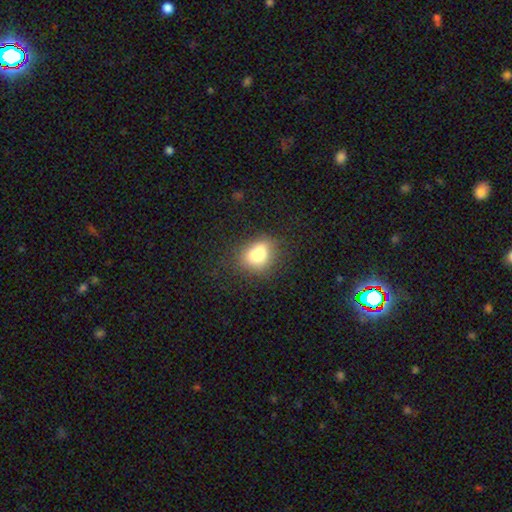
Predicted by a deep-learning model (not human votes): The model was most divided on "how rounded": in between: 53%, round: 46%, cigar-shaped: 2%. Remaining: smooth or featured — smooth (73%); merging — none (44%).